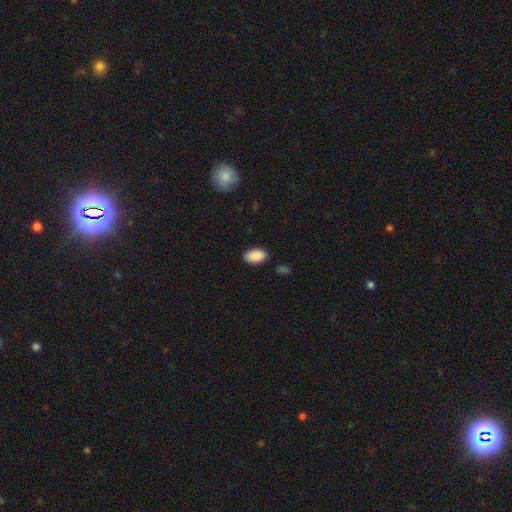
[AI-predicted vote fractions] Smooth or featured?
  - smooth: 90% *
  - star or artifact: 7%
  - featured or disk: 3%
How rounded?
  - in between: 94% *
  - round: 4%
  - cigar-shaped: 2%
Merging?
  - none: 86% *
  - minor disturbance: 10%
  - major disturbance: 2%
  - merger: 2%